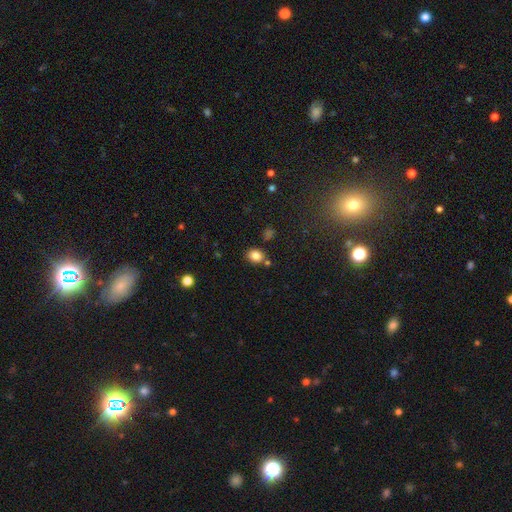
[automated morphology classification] Smooth or featured?
  - smooth: 83% *
  - star or artifact: 11%
  - featured or disk: 6%
How rounded?
  - round: 54% *
  - in between: 45%
  - cigar-shaped: 1%
Merging?
  - none: 77% *
  - minor disturbance: 12%
  - merger: 8%
  - major disturbance: 3%